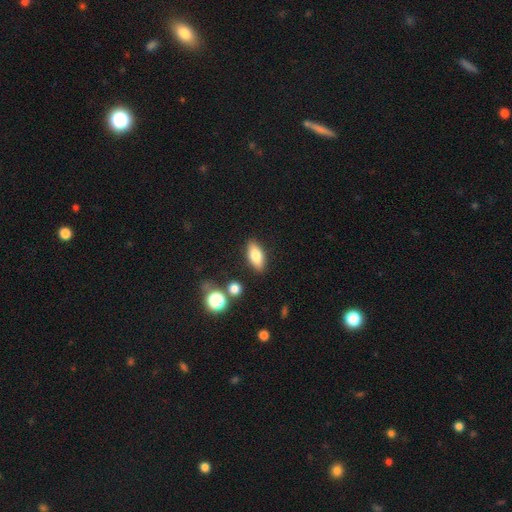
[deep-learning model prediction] Smooth or featured: smooth — 74% (featured or disk — 18%)
How rounded: in between — 83% (cigar-shaped — 13%)
Merging: none — 86% (minor disturbance — 9%)